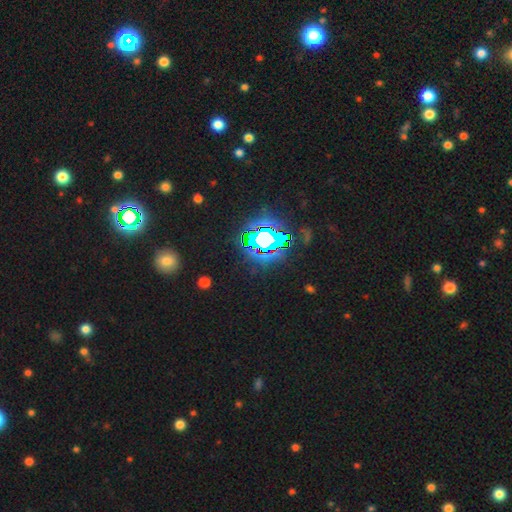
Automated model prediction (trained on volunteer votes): star or artifact 84%, smooth 9%, featured or disk 7%.